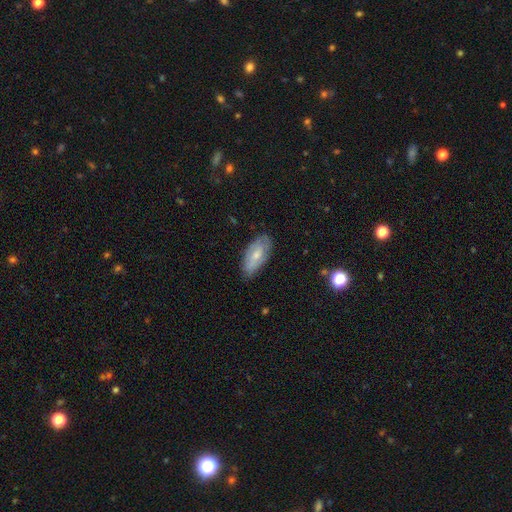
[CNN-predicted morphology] This appears to be a smooth galaxy with no disk features (53%) that is in between round and cigar-shaped (89%). Merging: none (71%).